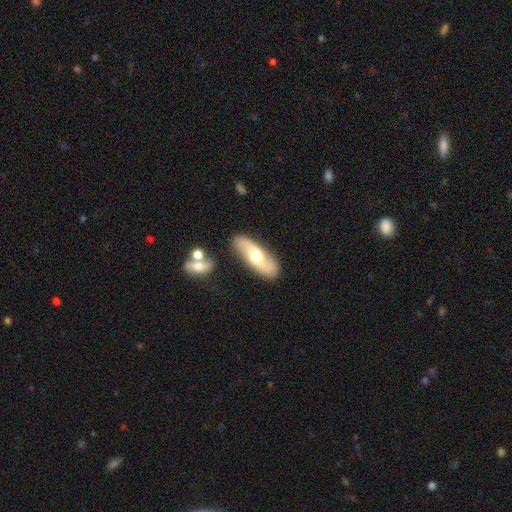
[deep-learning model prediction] The model was most divided on "smooth or featured": featured or disk: 56%, smooth: 39%, star or artifact: 5%. More confident: merging — none (82%); edge-on disk — no (78%).